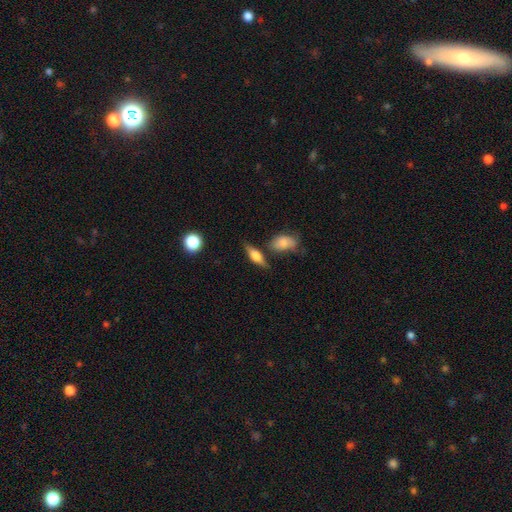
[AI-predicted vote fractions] Smooth or featured: featured or disk — 50% (smooth — 43%)
Merging: none — 72% (minor disturbance — 15%)